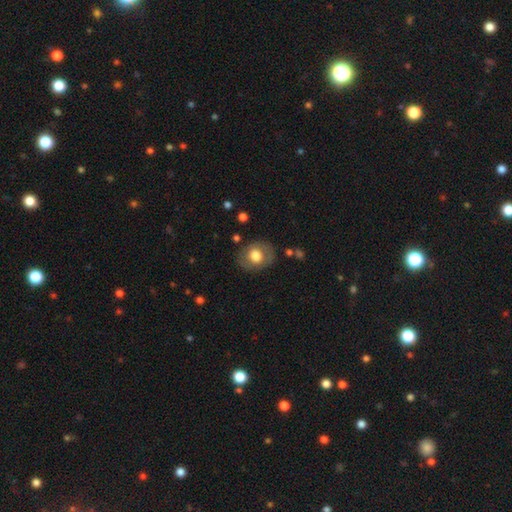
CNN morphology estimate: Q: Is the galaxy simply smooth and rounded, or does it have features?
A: smooth — 66%.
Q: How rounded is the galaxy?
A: round — 61%.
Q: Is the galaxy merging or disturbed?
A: none — 80%.